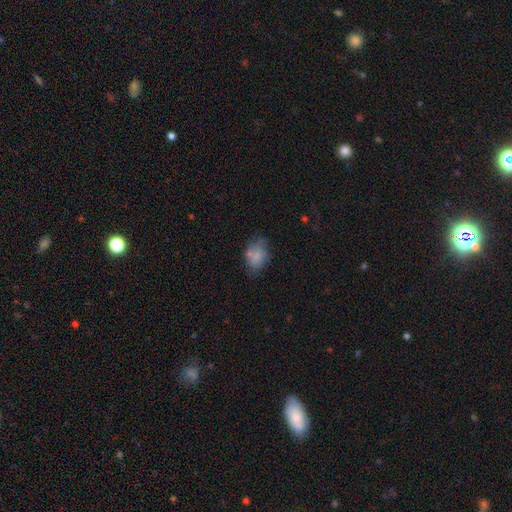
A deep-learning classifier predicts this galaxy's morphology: Smooth or featured?
  - smooth: 72% *
  - featured or disk: 18%
  - star or artifact: 10%
How rounded?
  - in between: 79% *
  - round: 20%
  - cigar-shaped: 2%
Merging?
  - none: 50% *
  - minor disturbance: 25%
  - merger: 13%
  - major disturbance: 11%